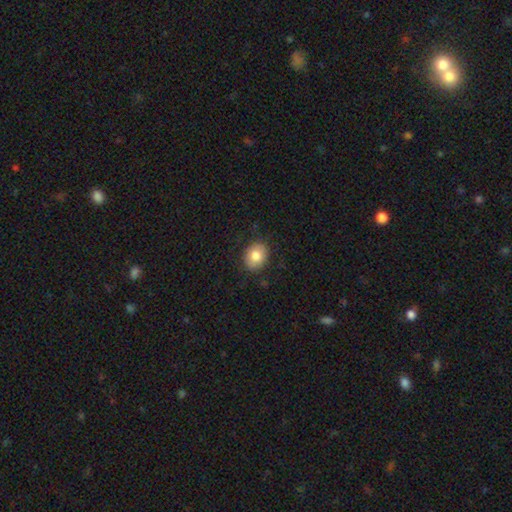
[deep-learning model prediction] smooth 82%, featured or disk 10%, star or artifact 8%. Down the decision tree: how rounded — in between (51%); merging — none (85%).